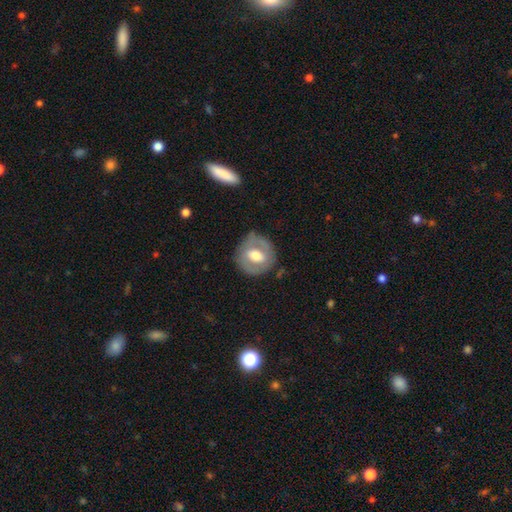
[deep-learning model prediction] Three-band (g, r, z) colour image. It shows a featured or disk galaxy (50%). Merging: none (78%).